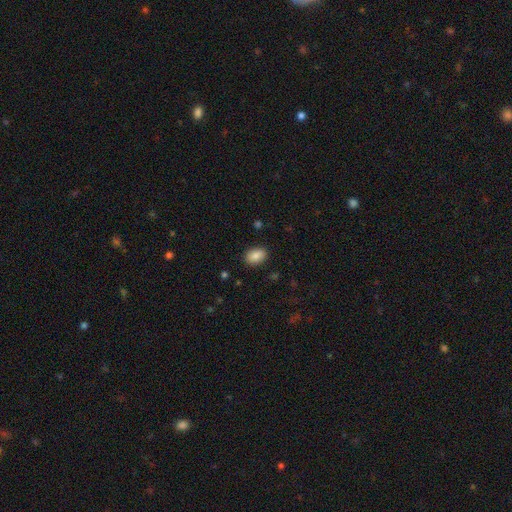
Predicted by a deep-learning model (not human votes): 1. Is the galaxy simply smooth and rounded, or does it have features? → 87% smooth, 8% star or artifact, 5% featured or disk.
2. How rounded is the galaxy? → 83% in between, 16% round, 1% cigar-shaped.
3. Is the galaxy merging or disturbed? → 88% none, 9% minor disturbance, 2% major disturbance, 1% merger.